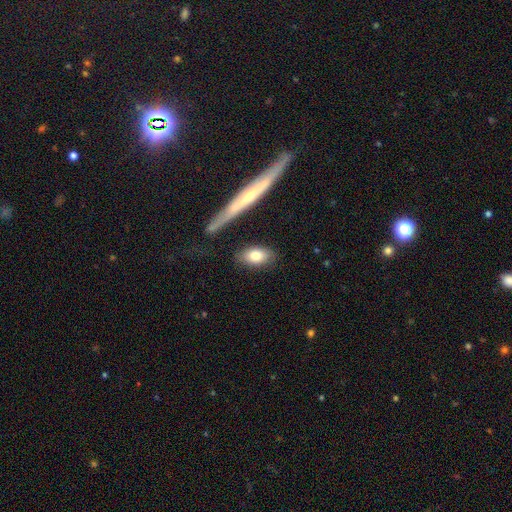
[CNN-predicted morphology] Smooth or featured? Predicted: smooth (p=0.78). How rounded? Predicted: in between (p=0.85). Merging? Predicted: none (p=0.79).